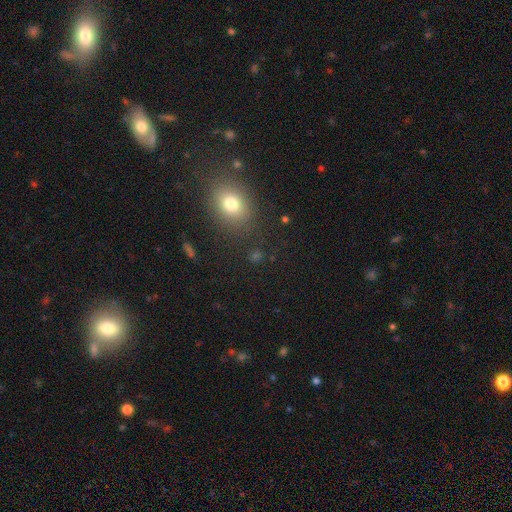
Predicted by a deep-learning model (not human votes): smooth_or_featured: smooth (p=0.62) [alt: star or artifact p=0.29]
how_rounded: round (p=0.57) [alt: in between p=0.40]
merging: none (p=0.82) [alt: minor disturbance p=0.10]